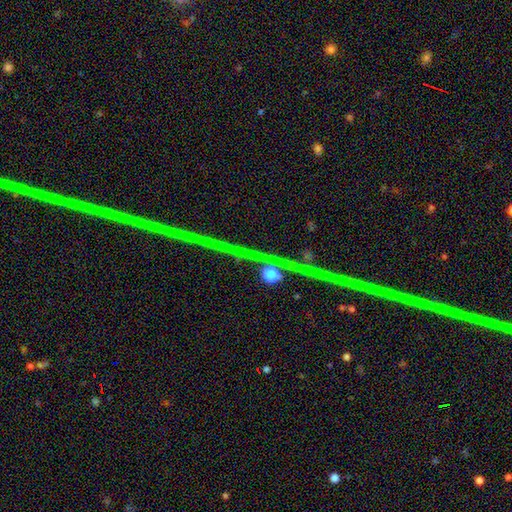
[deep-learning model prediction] A star or artifact, not a galaxy (67%).